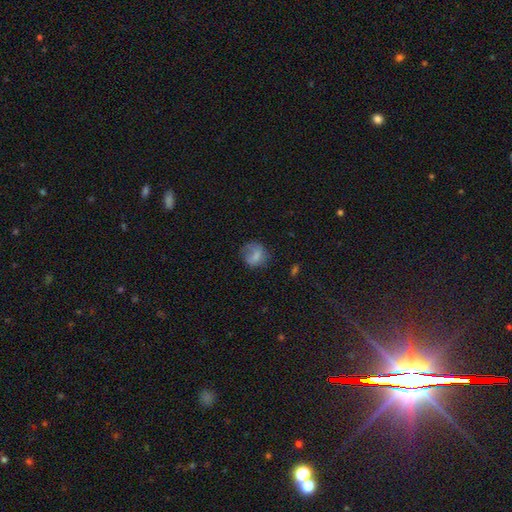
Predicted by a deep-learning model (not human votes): This is likely a smooth galaxy (69%). How rounded: likely round (72%). Merging: possibly none (53%).